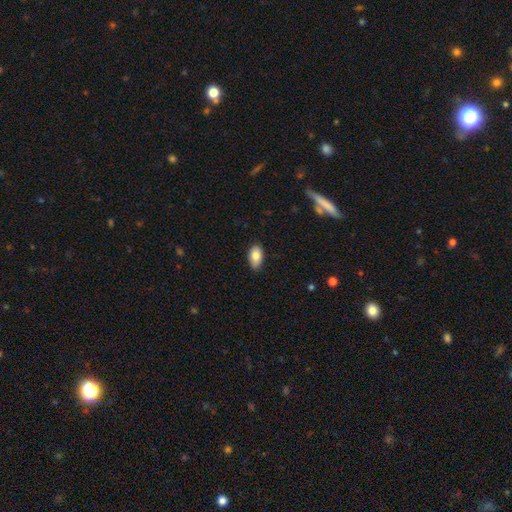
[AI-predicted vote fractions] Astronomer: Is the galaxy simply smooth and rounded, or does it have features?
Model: smooth — 84%.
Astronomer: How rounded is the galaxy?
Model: in between — 93%.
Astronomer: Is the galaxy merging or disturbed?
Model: none — 81%.